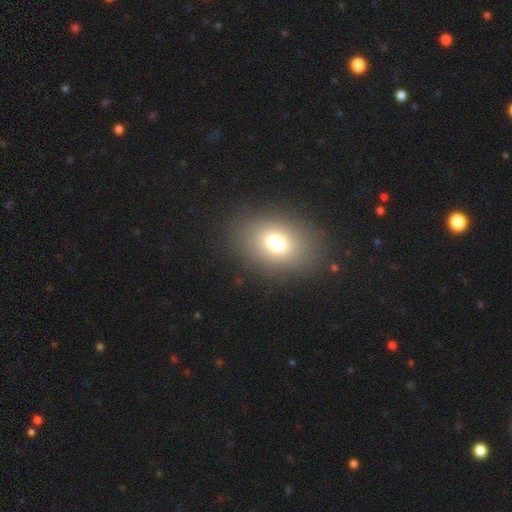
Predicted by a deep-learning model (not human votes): smooth_or_featured: smooth (p=0.72) [alt: star or artifact p=0.15]
how_rounded: in between (p=0.74) [alt: round p=0.24]
merging: none (p=0.88) [alt: minor disturbance p=0.07]